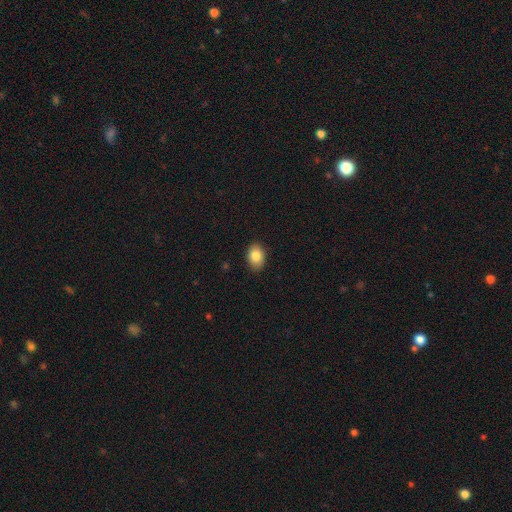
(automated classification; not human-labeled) smooth-or-featured: smooth: 85% | star or artifact: 8% | featured or disk: 7%
  how-rounded: in between: 80% | round: 19% | cigar-shaped: 1%
  merging: none: 88% | minor disturbance: 9% | major disturbance: 2% | merger: 1%